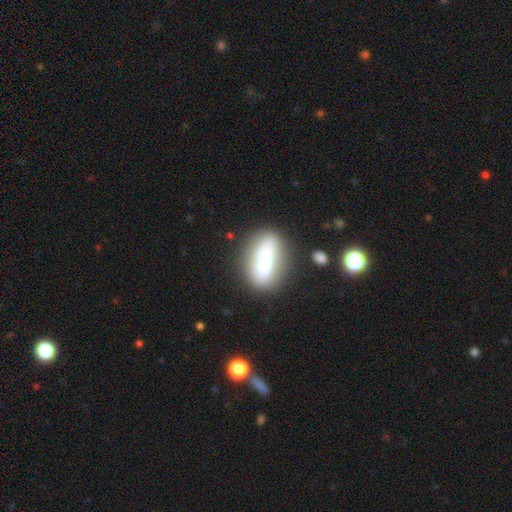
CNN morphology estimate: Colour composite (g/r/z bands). It shows a smooth galaxy with no disk features (56%) that is in between round and cigar-shaped (72%). Merging: none (68%).